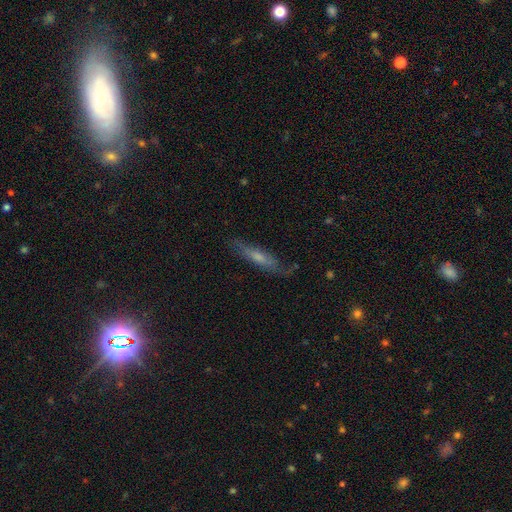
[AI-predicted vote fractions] A featured or disk galaxy (55%) viewed edge-on (69%).

Vote fractions:
- Smooth or featured? featured or disk: 55% / smooth: 32% / star or artifact: 13%
- Edge-on disk? yes: 69% / no: 31%
- Merging? none: 76% / minor disturbance: 17% / major disturbance: 5% / merger: 2%